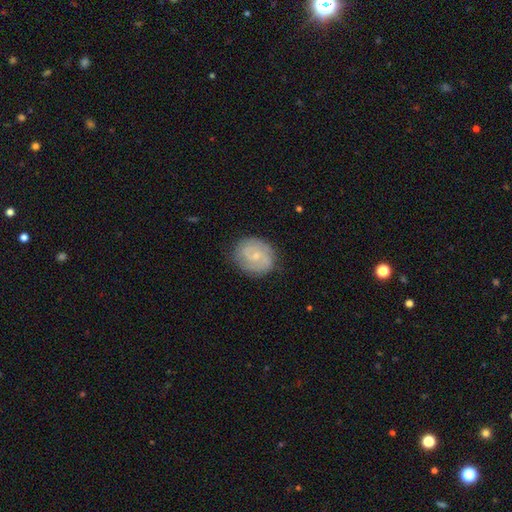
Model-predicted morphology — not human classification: Q: Smooth or featured?
A: featured or disk (69%); runner-up: smooth (24%)
Q: Edge-on disk?
A: no (98%); runner-up: yes (2%)
Q: Bar?
A: no (58%); runner-up: weak (36%)
Q: Spiral arms?
A: yes (88%); runner-up: no (12%)
Q: Spiral winding?
A: tight (52%); runner-up: medium (38%)
Q: Spiral arm count?
A: 2 (64%); runner-up: can't tell (20%)
Q: Bulge size?
A: small (69%); runner-up: moderate (26%)
Q: Merging?
A: none (80%); runner-up: minor disturbance (15%)